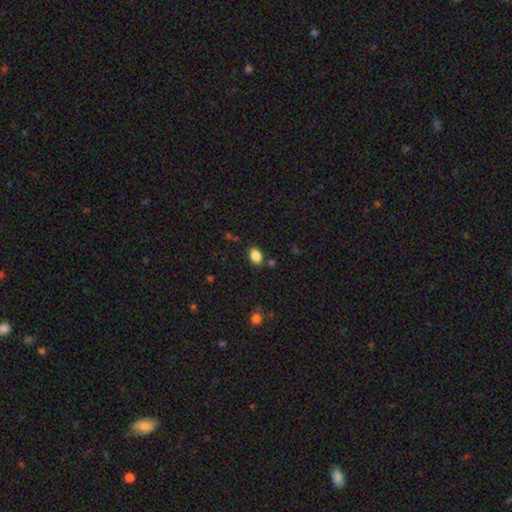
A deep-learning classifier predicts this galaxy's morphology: smooth_or_featured: smooth (p=0.86) [alt: star or artifact p=0.10]
how_rounded: in between (p=0.78) [alt: round p=0.21]
merging: none (p=0.81) [alt: minor disturbance p=0.11]